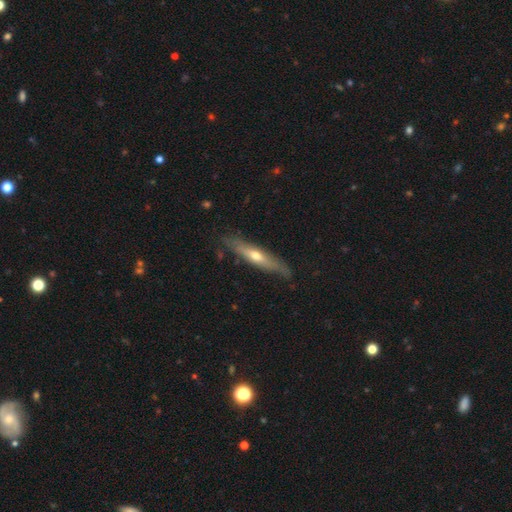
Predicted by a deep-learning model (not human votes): Q: Smooth or featured?
A: featured or disk (57%); runner-up: smooth (38%)
Q: Edge-on disk?
A: yes (84%); runner-up: no (16%)
Q: Merging?
A: none (78%); runner-up: minor disturbance (17%)